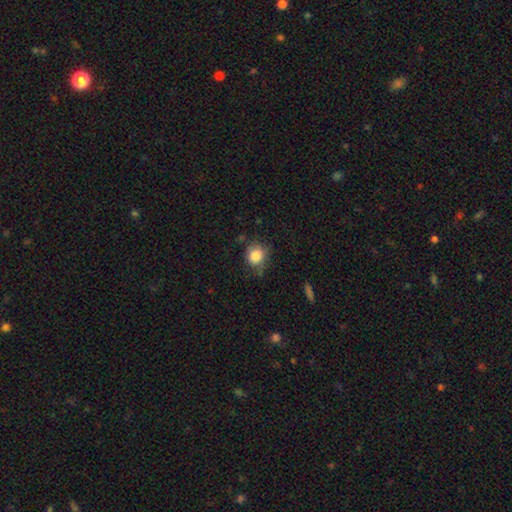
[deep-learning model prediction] Smooth or featured? smooth (84%)
How rounded? round (80%)
Merging? none (65%)